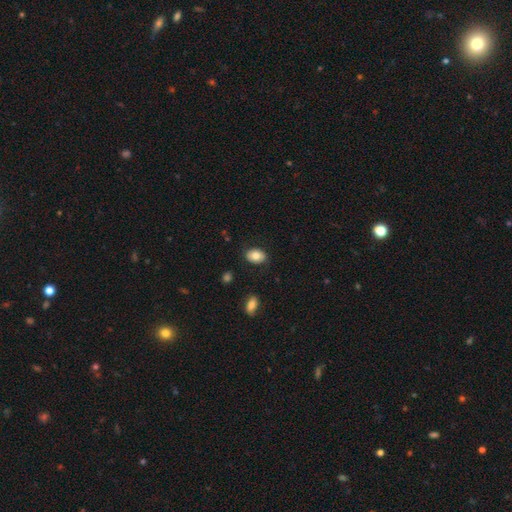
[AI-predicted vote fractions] smooth_or_featured: smooth (p=0.80) [alt: featured or disk p=0.12]
how_rounded: in between (p=0.81) [alt: round p=0.18]
merging: none (p=0.85) [alt: minor disturbance p=0.11]